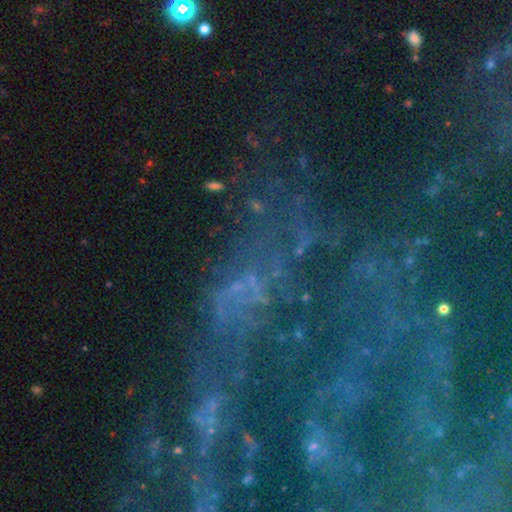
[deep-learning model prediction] Smooth or featured? Predicted: star or artifact (p=0.44).